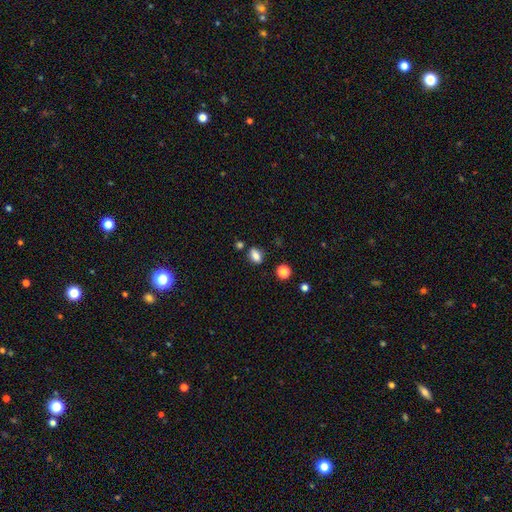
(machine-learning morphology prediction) smooth-or-featured: smooth: 83% | star or artifact: 11% | featured or disk: 6%
  how-rounded: in between: 80% | round: 16% | cigar-shaped: 4%
  merging: none: 77% | minor disturbance: 13% | merger: 6% | major disturbance: 3%